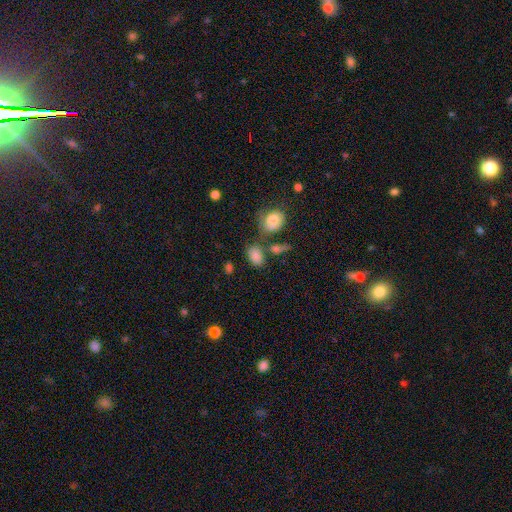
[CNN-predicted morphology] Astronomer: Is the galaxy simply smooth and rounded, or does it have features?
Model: smooth — 80%.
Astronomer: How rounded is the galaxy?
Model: in between — 80%.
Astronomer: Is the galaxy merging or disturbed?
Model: none — 60%.